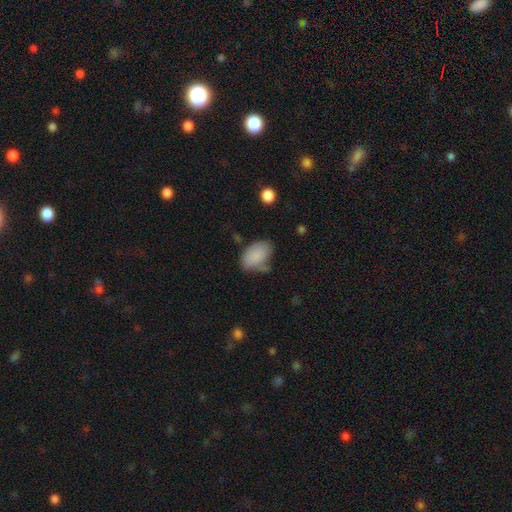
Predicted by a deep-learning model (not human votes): Smooth or featured? smooth (85%)
How rounded? in between (90%)
Merging? none (50%)